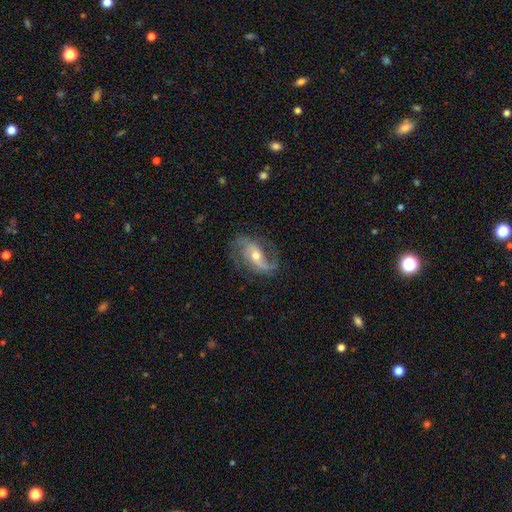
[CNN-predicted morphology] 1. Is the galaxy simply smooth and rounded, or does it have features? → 85% featured or disk, 9% smooth, 6% star or artifact.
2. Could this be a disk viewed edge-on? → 96% no, 4% yes.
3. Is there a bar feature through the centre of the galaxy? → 38% weak, 37% no, 25% strong.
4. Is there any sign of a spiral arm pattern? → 95% yes, 5% no.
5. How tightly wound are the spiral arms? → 44% loose, 41% medium, 15% tight.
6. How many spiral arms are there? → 83% 2, 6% can't tell, 5% 1, 4% 3, 2% 4, 1% more than 4.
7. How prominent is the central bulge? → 56% moderate, 39% small, 3% large, 1% none, 1% dominant.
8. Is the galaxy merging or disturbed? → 72% none, 17% minor disturbance, 9% major disturbance, 1% merger.